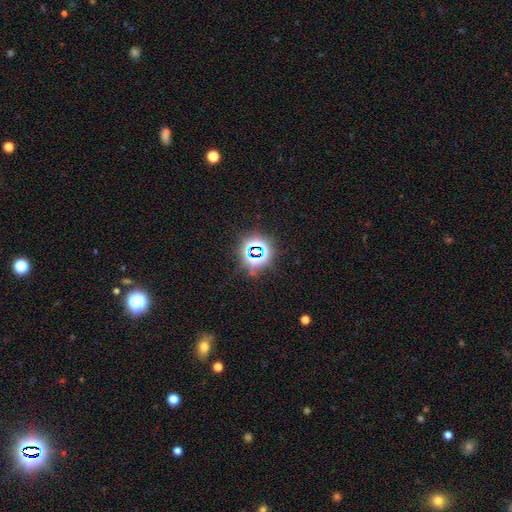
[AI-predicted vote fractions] smooth-or-featured: star or artifact: 75% | smooth: 16% | featured or disk: 9%